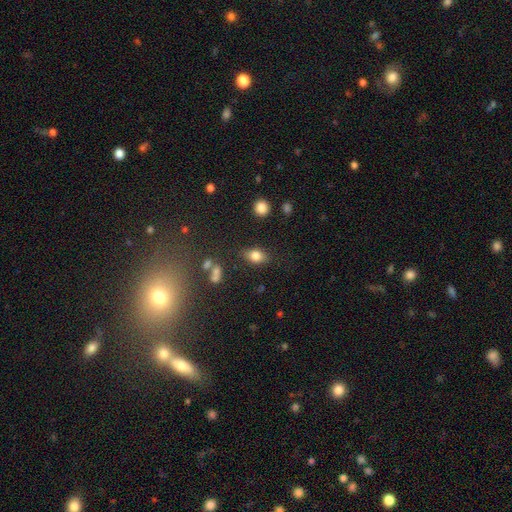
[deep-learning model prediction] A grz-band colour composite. It shows a smooth galaxy with no disk features (79%) that is in between round and cigar-shaped (82%). Merging: none (79%).